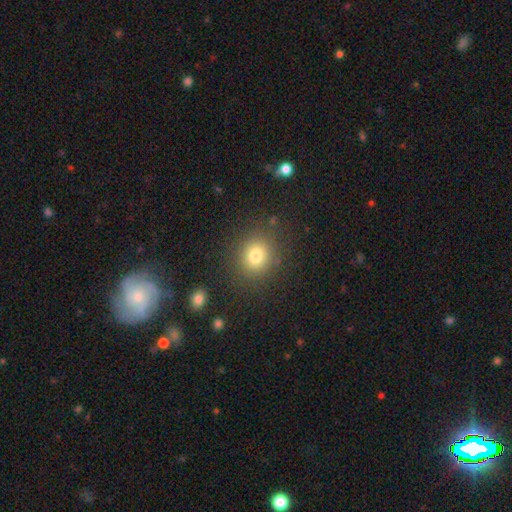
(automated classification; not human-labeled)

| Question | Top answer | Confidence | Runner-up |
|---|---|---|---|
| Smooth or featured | smooth | 79% | star or artifact (14%) |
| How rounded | round | 81% | in between (18%) |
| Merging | none | 85% | minor disturbance (9%) |